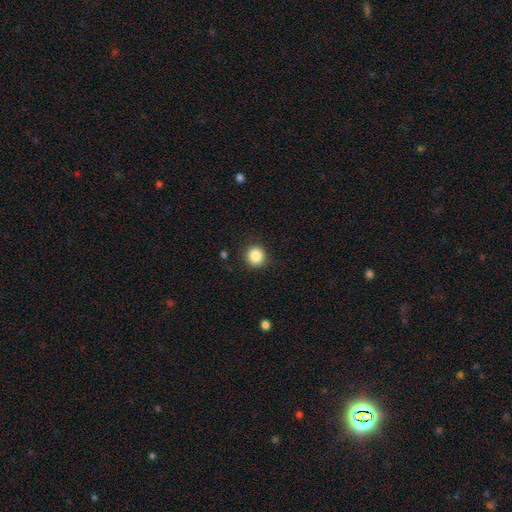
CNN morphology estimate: This is clearly a smooth galaxy (86%). How rounded: clearly round (91%). Merging: clearly none (89%).